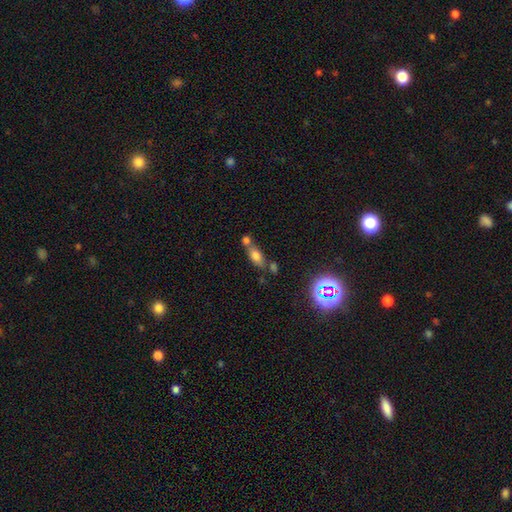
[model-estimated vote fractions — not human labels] smooth-or-featured: smooth: 67% | featured or disk: 16% | star or artifact: 16%
  how-rounded: in between: 75% | cigar-shaped: 17% | round: 8%
  merging: none: 43% | merger: 39% | minor disturbance: 12% | major disturbance: 5%